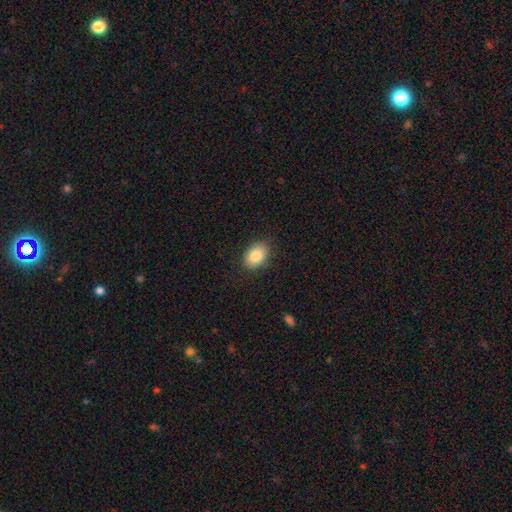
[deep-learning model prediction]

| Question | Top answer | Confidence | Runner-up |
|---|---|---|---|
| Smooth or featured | smooth | 85% | star or artifact (8%) |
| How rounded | in between | 81% | round (17%) |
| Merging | none | 84% | minor disturbance (12%) |